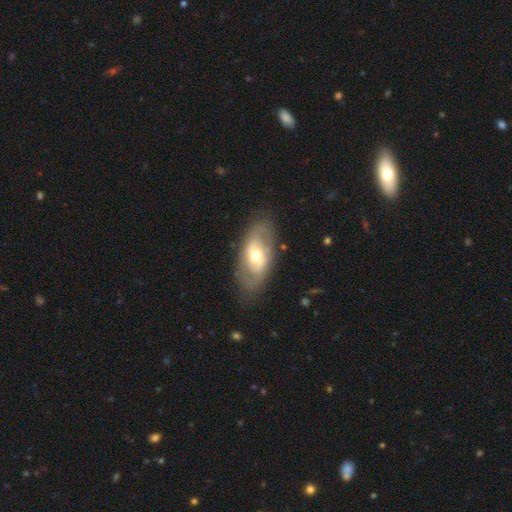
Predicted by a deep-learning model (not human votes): featured or disk 57%, smooth 37%, star or artifact 6%. Down the decision tree: edge-on disk — no (89%); bar — no (51%); spiral arms — no (53%); bulge size — moderate (68%); merging — none (78%).